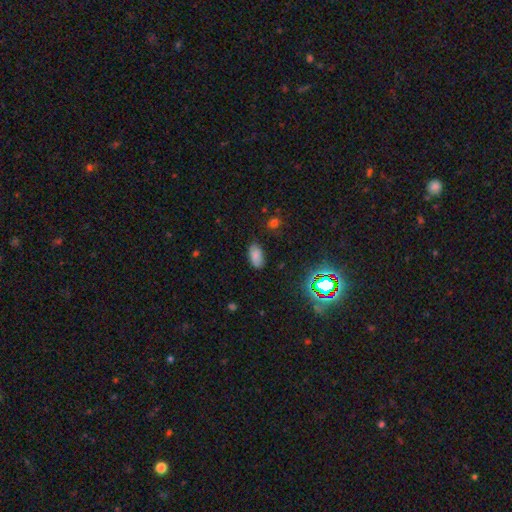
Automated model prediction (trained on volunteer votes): Smooth or featured: smooth — 78% (star or artifact — 15%)
How rounded: in between — 93% (round — 4%)
Merging: none — 81% (minor disturbance — 14%)